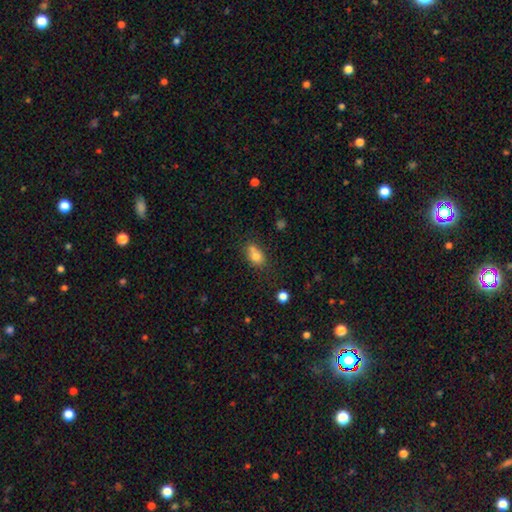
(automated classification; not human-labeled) This appears to be a smooth galaxy with no disk features (76%) that is in between round and cigar-shaped (64%). Merging: none (45%).